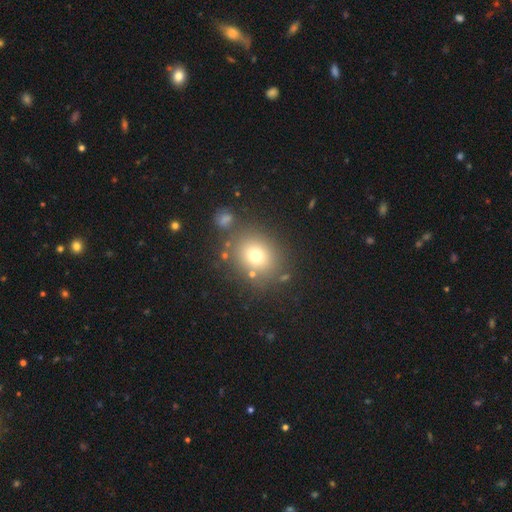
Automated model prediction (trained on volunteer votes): Q: Smooth or featured?
A: smooth (72%); runner-up: star or artifact (15%)
Q: How rounded?
A: round (70%); runner-up: in between (29%)
Q: Merging?
A: none (77%); runner-up: minor disturbance (11%)